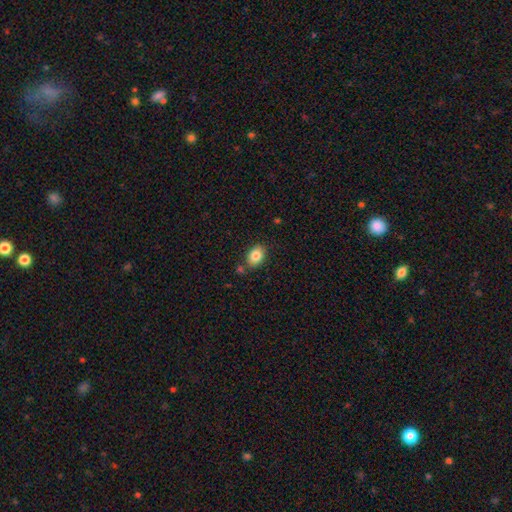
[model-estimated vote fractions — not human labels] smooth 84%, star or artifact 8%, featured or disk 8%. Down the decision tree: how rounded — in between (78%); merging — none (78%).